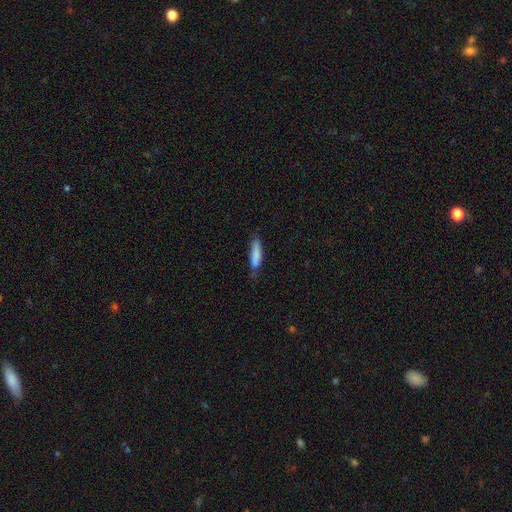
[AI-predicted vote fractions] smooth 83%, featured or disk 11%, star or artifact 6%. Down the decision tree: how rounded — cigar-shaped (73%); merging — none (66%).